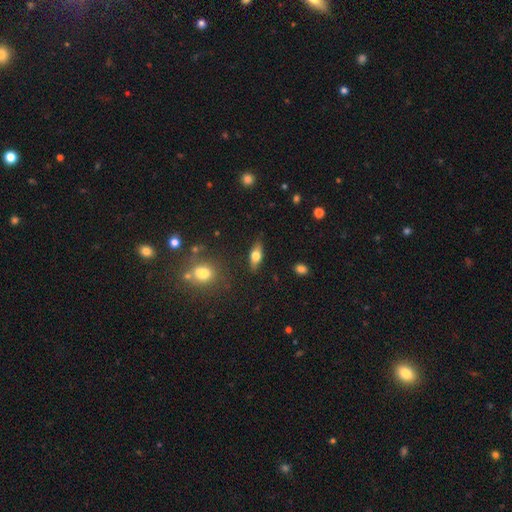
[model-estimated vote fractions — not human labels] A smooth galaxy with no disk features (61%) that is in between round and cigar-shaped (71%).

Vote fractions:
- Smooth or featured? smooth: 61% / featured or disk: 32% / star or artifact: 7%
- How rounded? in between: 71% / cigar-shaped: 24% / round: 5%
- Merging? none: 84% / minor disturbance: 11% / major disturbance: 3% / merger: 2%